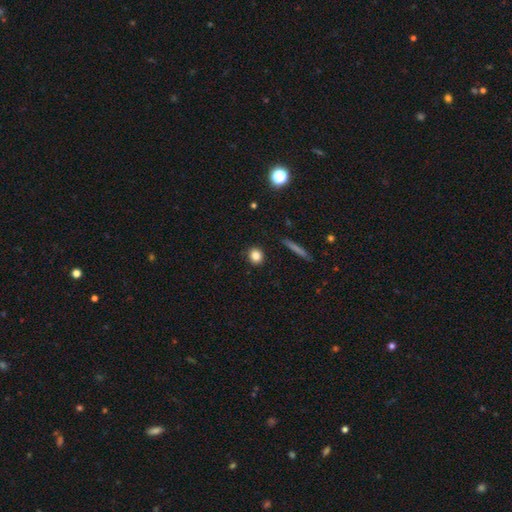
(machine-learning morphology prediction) type=smooth (83%); roundness=round (81%); merging=none (89%).